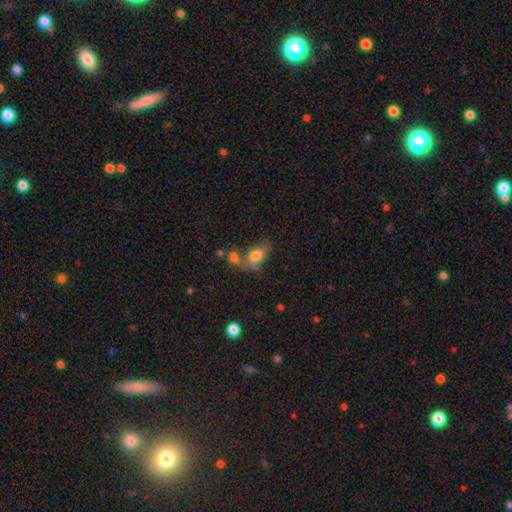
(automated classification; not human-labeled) A smooth galaxy with no disk features (77%) that is in between round and cigar-shaped (85%). Merging: merger (37%, tied with none).